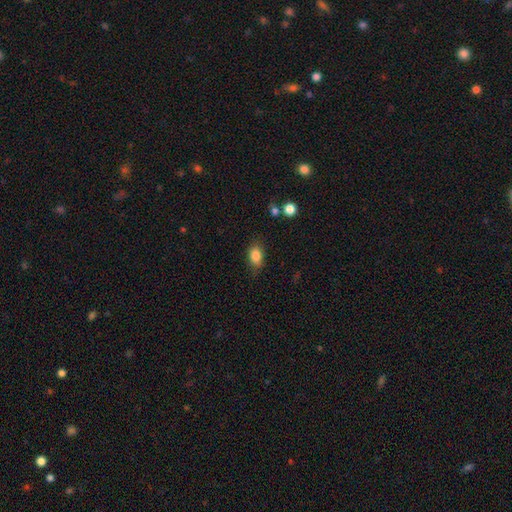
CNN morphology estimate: Overall: smooth (85%). How rounded: in between (83%). Merging: none (78%).